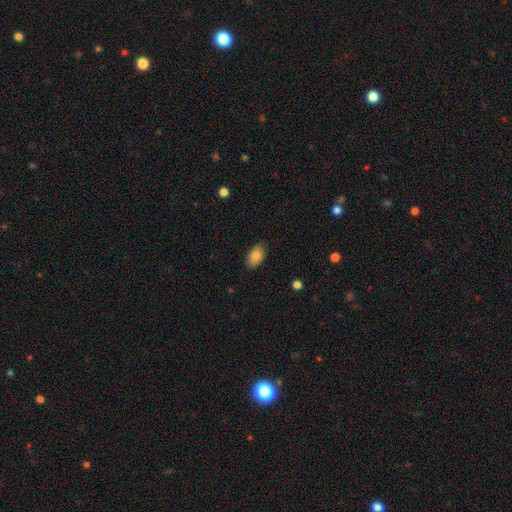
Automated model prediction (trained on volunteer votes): smooth-or-featured: smooth: 83% | featured or disk: 10% | star or artifact: 7%
  how-rounded: in between: 92% | round: 6% | cigar-shaped: 2%
  merging: none: 86% | minor disturbance: 11% | major disturbance: 2% | merger: 1%